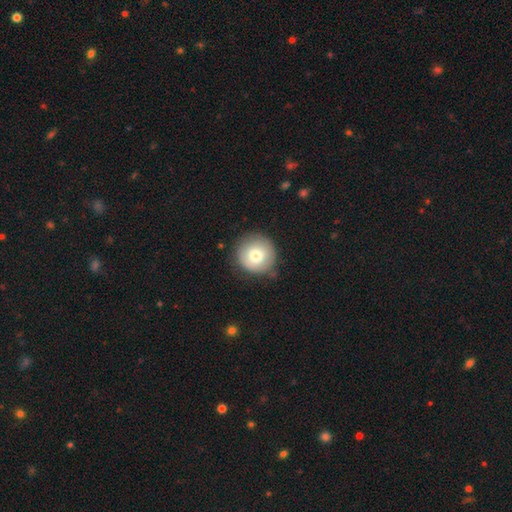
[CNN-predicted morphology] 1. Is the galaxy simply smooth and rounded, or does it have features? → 75% smooth, 17% featured or disk, 8% star or artifact.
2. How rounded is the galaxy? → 94% round, 5% in between, 1% cigar-shaped.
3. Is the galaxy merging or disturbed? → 79% none, 15% minor disturbance, 4% major disturbance, 2% merger.